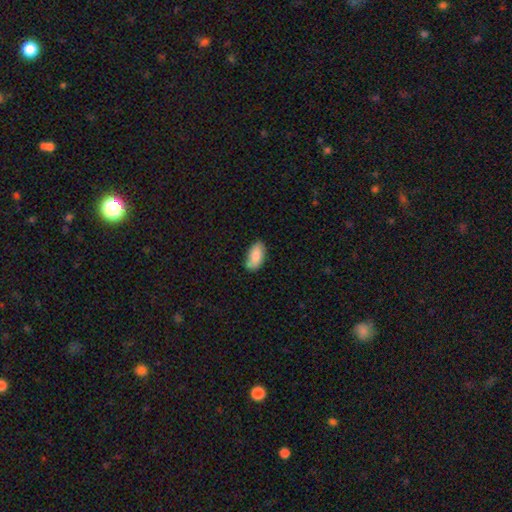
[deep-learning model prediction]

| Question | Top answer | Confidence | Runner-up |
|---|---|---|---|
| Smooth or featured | smooth | 82% | featured or disk (12%) |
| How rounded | in between | 93% | cigar-shaped (5%) |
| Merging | none | 75% | minor disturbance (20%) |